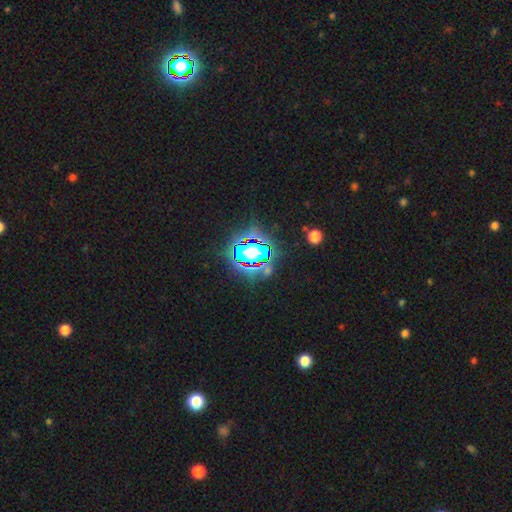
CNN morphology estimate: Smooth or featured? star or artifact (74%)